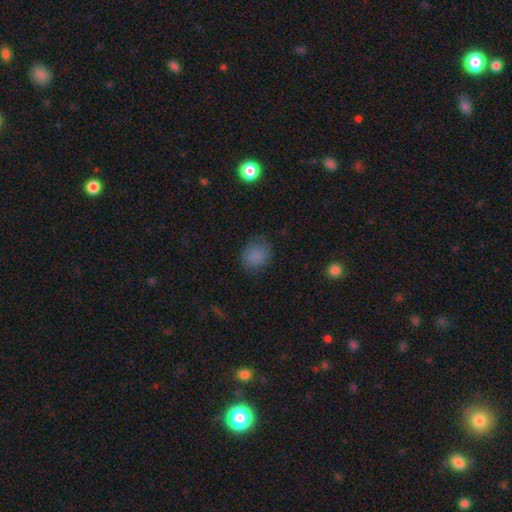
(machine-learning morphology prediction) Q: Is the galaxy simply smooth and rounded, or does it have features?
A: smooth — 82%.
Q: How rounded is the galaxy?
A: round — 74%.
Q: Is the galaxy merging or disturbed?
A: none — 74%.